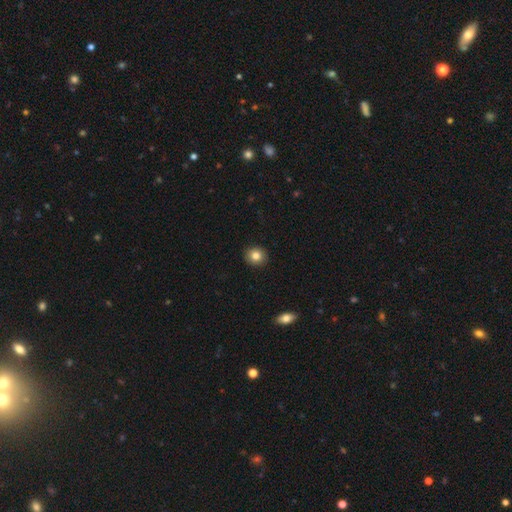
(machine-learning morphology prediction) Overall: smooth (83%). How rounded: round (82%). Merging: none (92%).